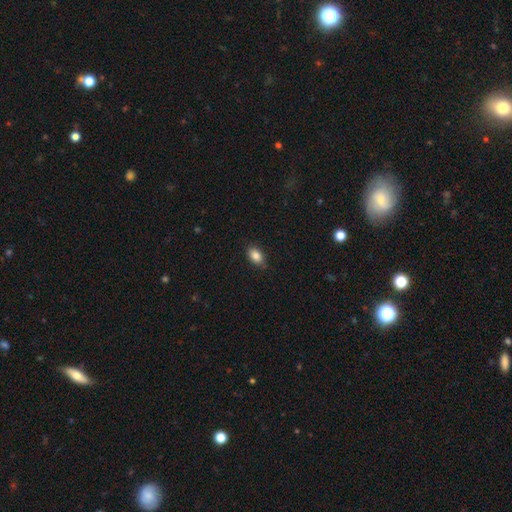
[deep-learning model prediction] Smooth or featured?
  - smooth: 87% *
  - star or artifact: 8%
  - featured or disk: 5%
How rounded?
  - in between: 87% *
  - round: 11%
  - cigar-shaped: 2%
Merging?
  - none: 84% *
  - minor disturbance: 13%
  - major disturbance: 2%
  - merger: 1%